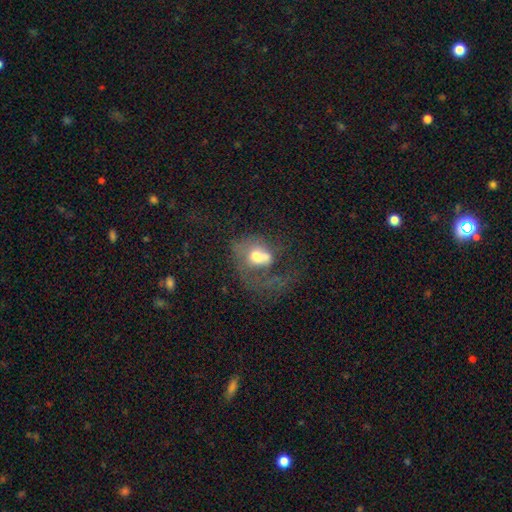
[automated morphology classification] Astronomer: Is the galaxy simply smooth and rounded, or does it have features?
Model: smooth — 45% (runner-up: featured or disk, 43%).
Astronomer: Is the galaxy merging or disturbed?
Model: major disturbance — 57%.